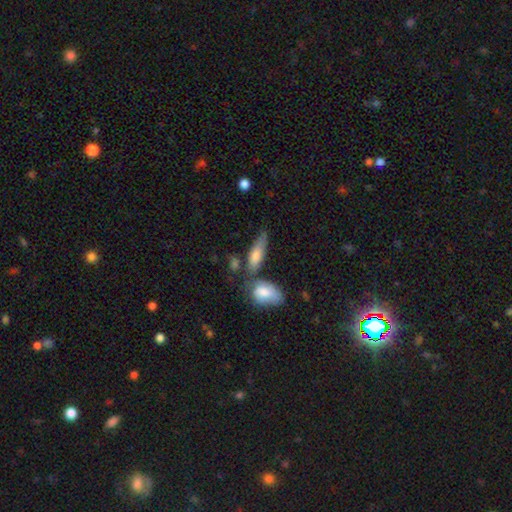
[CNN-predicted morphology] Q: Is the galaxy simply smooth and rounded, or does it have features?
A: smooth — 72%.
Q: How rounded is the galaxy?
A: in between — 56%.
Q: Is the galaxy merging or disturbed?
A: none — 47%.